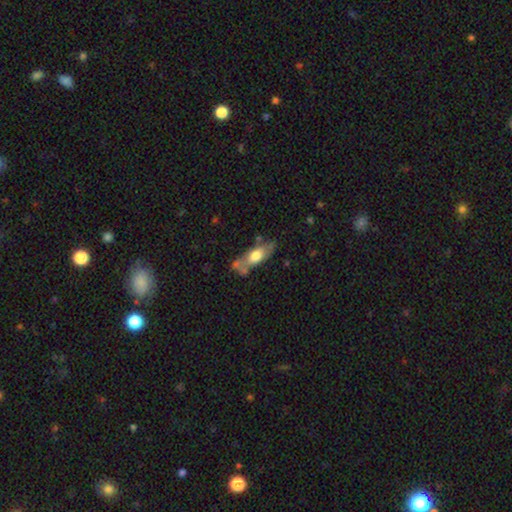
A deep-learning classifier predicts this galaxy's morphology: smooth 57%, featured or disk 37%, star or artifact 6%. Down the decision tree: how rounded — in between (68%); merging — none (55%).